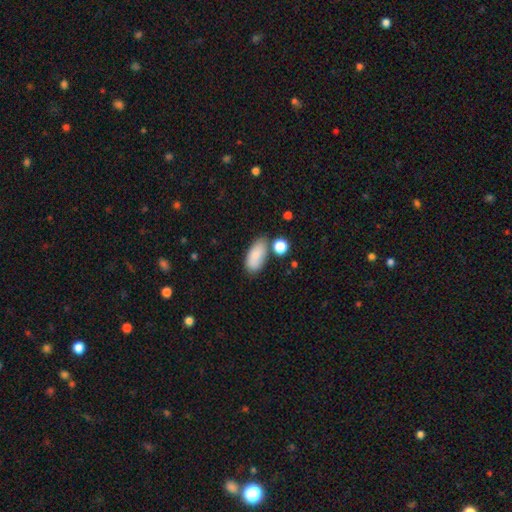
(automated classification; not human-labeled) This appears to be a smooth galaxy with no disk features (82%) that is in between round and cigar-shaped (91%). Merging: none (65%).